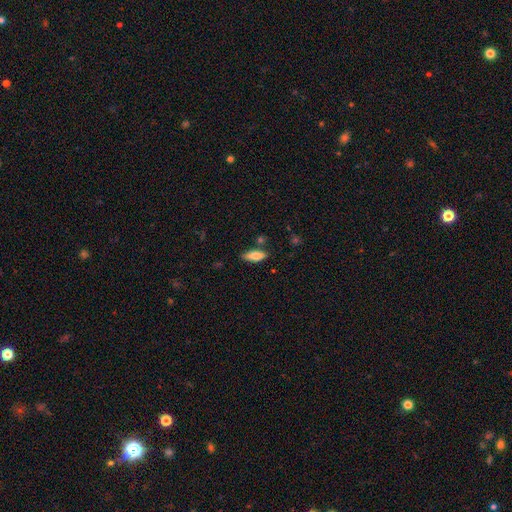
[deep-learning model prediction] Smooth or featured? smooth (75%)
How rounded? in between (64%)
Merging? none (79%)